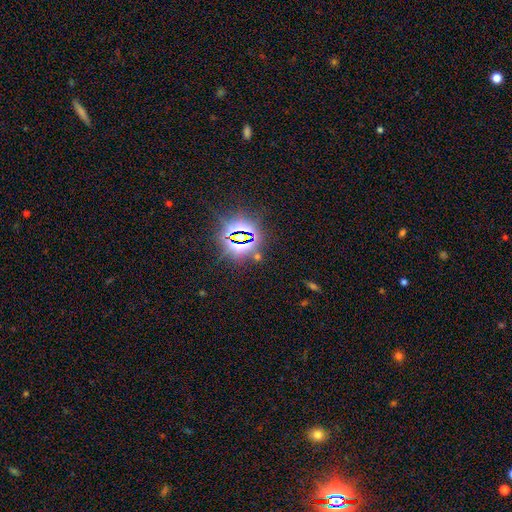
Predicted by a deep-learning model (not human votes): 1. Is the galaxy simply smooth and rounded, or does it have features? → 80% star or artifact, 12% smooth, 8% featured or disk.